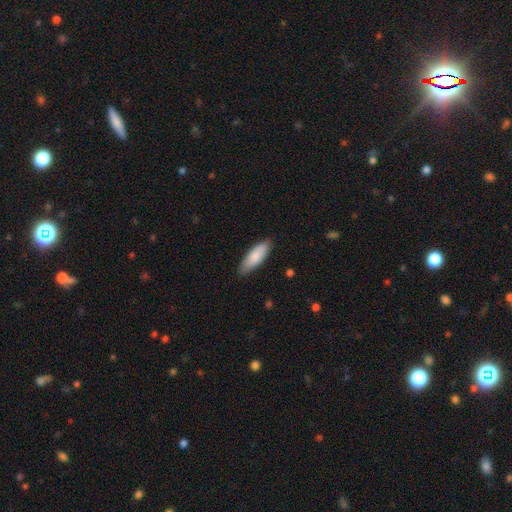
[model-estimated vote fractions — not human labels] smooth 84%, featured or disk 11%, star or artifact 5%. Down the decision tree: how rounded — in between (60%); merging — none (84%).